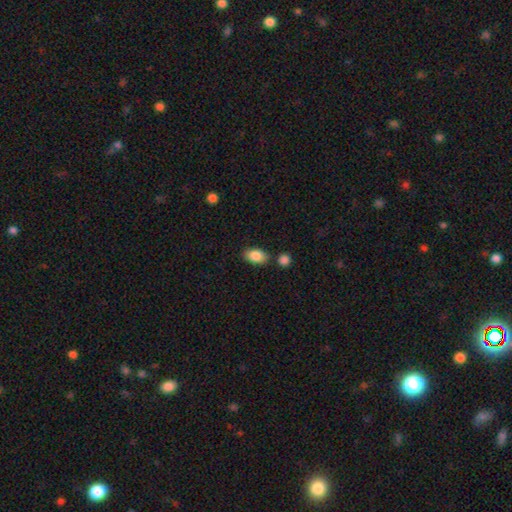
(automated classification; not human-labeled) smooth_or_featured: smooth (p=0.86) [alt: star or artifact p=0.07]
how_rounded: in between (p=0.90) [alt: round p=0.08]
merging: none (p=0.78) [alt: minor disturbance p=0.11]